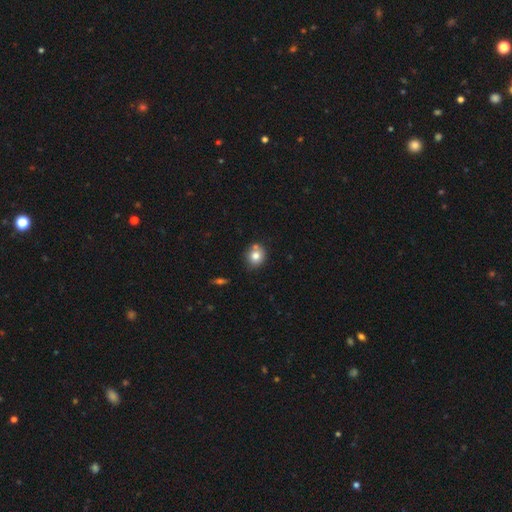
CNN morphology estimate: Q: Smooth or featured?
A: smooth (77%); runner-up: featured or disk (12%)
Q: How rounded?
A: round (75%); runner-up: in between (24%)
Q: Merging?
A: none (69%); runner-up: merger (14%)